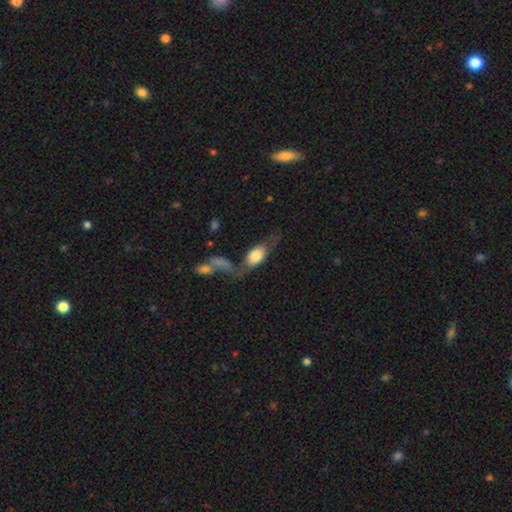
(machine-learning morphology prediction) Smooth or featured: smooth — 61% (featured or disk — 32%)
How rounded: in between — 82% (cigar-shaped — 11%)
Merging: none — 37% (merger — 27%)